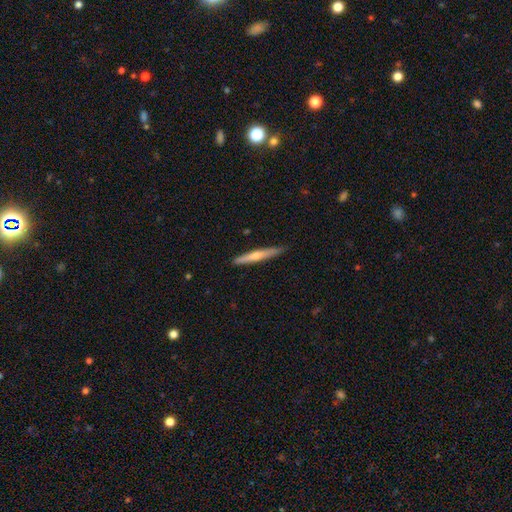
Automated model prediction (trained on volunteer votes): Smooth or featured? Predicted: featured or disk (p=0.58). Edge-on disk? Predicted: yes (p=0.97). Edge-on bulge? Predicted: rounded (p=0.76). Merging? Predicted: none (p=0.90).